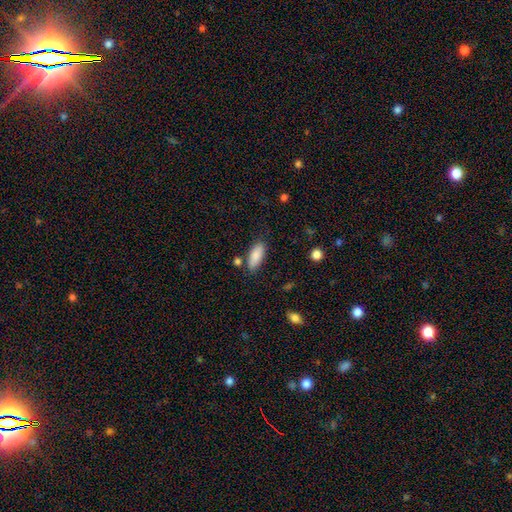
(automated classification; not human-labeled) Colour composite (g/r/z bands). It shows a smooth galaxy with no disk features (87%) that is in between round and cigar-shaped (79%). Merging: none (79%).